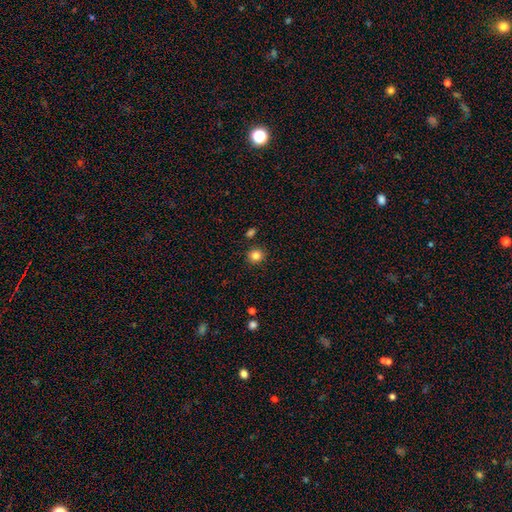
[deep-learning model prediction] The model was most divided on "smooth or featured": smooth: 83%, star or artifact: 12%, featured or disk: 5%. More confident: merging — none (88%); how rounded — round (87%).